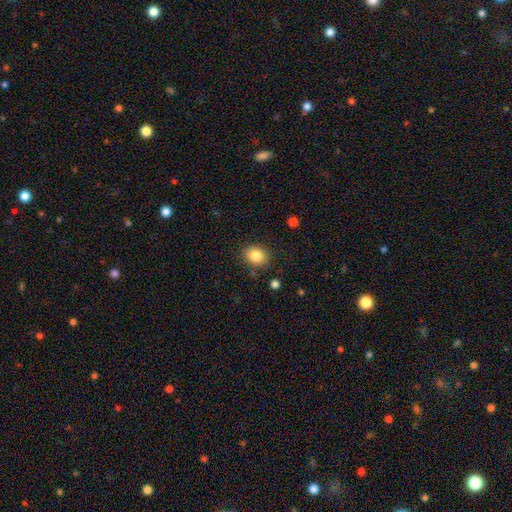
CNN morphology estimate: Smooth or featured? Predicted: smooth (p=0.84). How rounded? Predicted: round (p=0.56). Merging? Predicted: none (p=0.85).